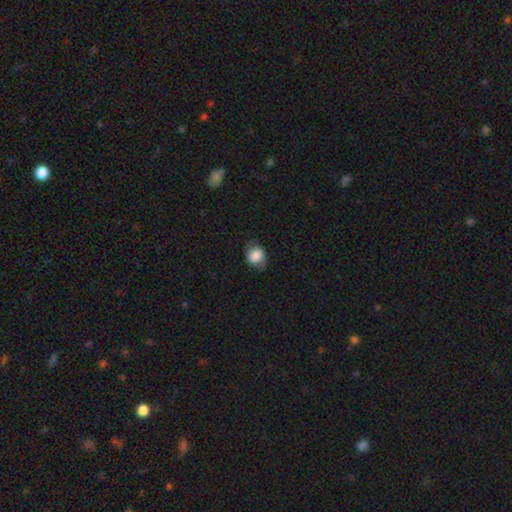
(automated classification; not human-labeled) This is likely a smooth galaxy (74%). How rounded: possibly round (50%). Merging: likely none (69%).